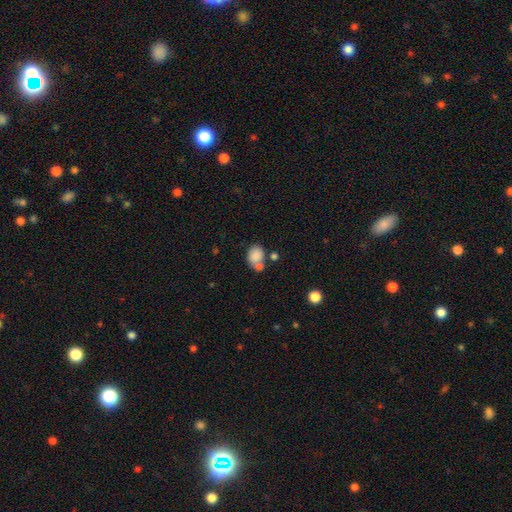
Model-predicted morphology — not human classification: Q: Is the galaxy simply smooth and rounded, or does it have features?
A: smooth — 82%.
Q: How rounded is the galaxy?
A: in between — 57%.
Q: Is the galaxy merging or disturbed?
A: none — 44%.